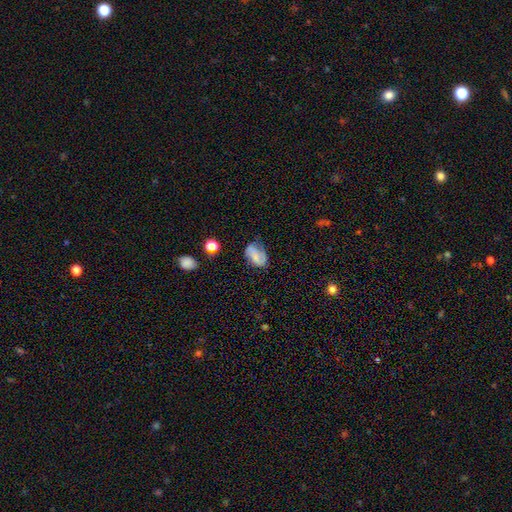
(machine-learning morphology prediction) type=featured or disk (55%); edge-on=no (97%); bar=weak (40%); spiral arms=yes (87%); bulge=none (38%, tied with small); merging=none (61%).